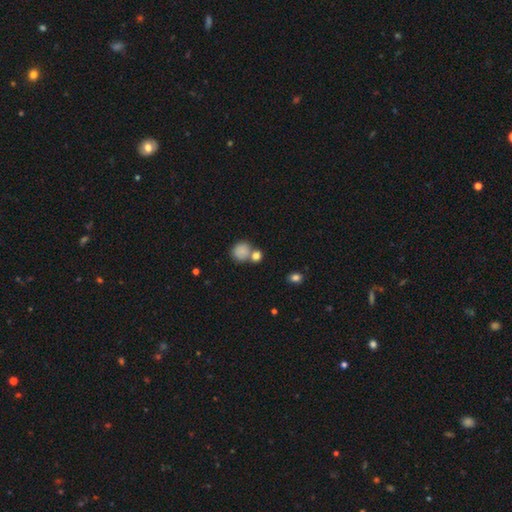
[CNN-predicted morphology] Smooth or featured? smooth (82%)
How rounded? round (82%)
Merging? none (52%)